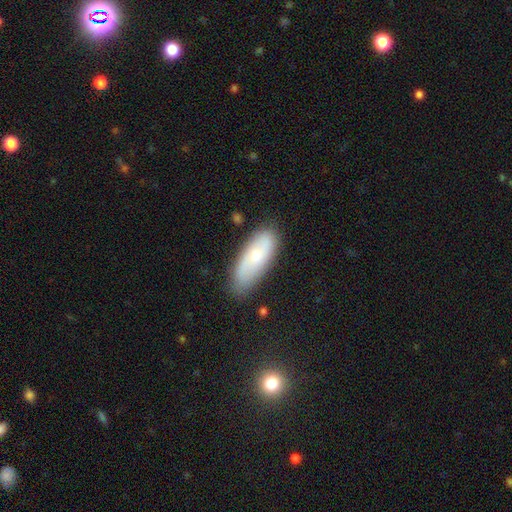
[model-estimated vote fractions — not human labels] Q: Smooth or featured?
A: smooth (54%); runner-up: featured or disk (39%)
Q: How rounded?
A: in between (74%); runner-up: cigar-shaped (24%)
Q: Merging?
A: none (78%); runner-up: minor disturbance (17%)